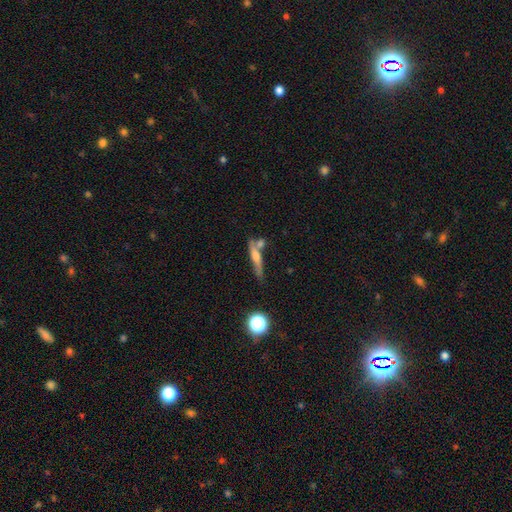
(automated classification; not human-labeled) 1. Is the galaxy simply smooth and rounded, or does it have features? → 49% featured or disk, 41% smooth, 10% star or artifact.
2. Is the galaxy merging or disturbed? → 55% none, 21% merger, 17% minor disturbance, 7% major disturbance.